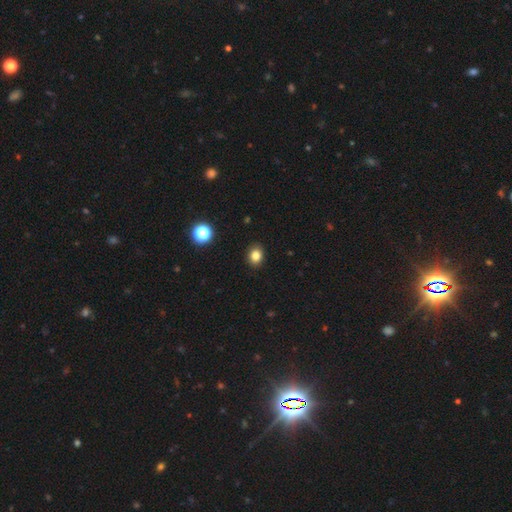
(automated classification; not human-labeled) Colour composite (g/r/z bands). It shows a smooth galaxy with no disk features (82%) that is round (56%). Merging: none (91%).